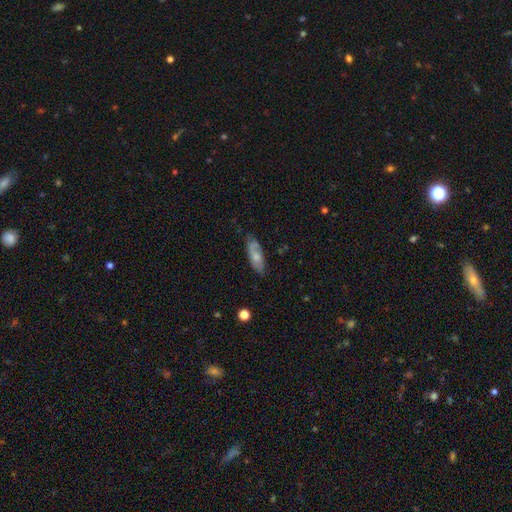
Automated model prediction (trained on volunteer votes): Smooth or featured: smooth — 58% (featured or disk — 36%)
How rounded: in between — 67% (cigar-shaped — 31%)
Merging: none — 72% (minor disturbance — 22%)